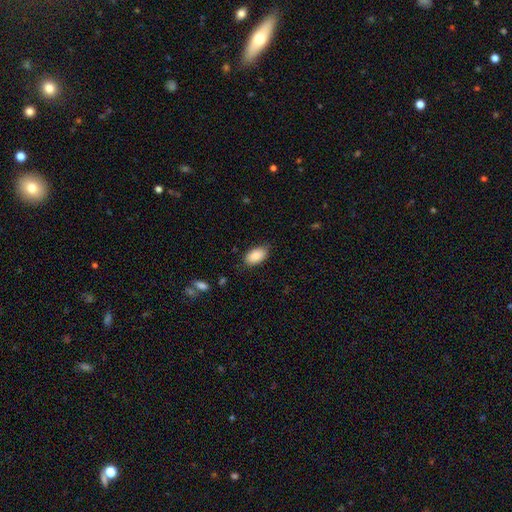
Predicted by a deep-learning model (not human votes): The model was most divided on "merging": none: 81%, minor disturbance: 15%, major disturbance: 3%, merger: 1%. More confident: how rounded — in between (94%); smooth or featured — smooth (88%).